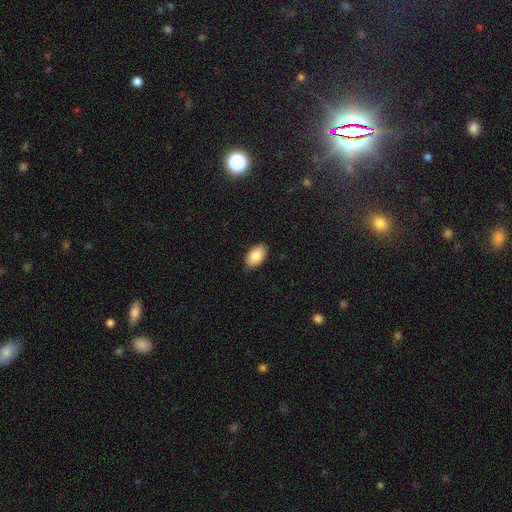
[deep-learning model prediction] smooth 85%, featured or disk 8%, star or artifact 7%. Down the decision tree: how rounded — in between (94%); merging — none (88%).